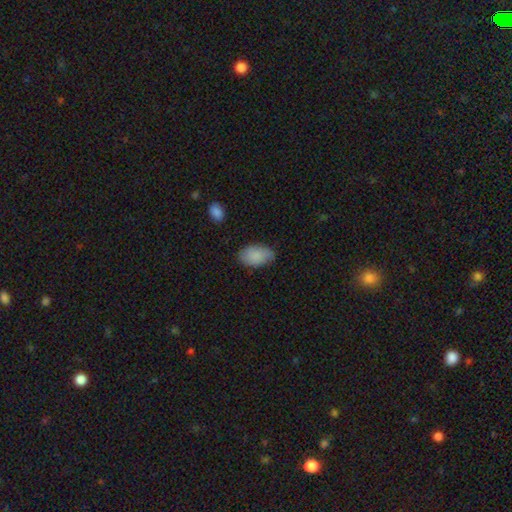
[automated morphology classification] type=smooth (86%); roundness=in between (93%); merging=none (71%).